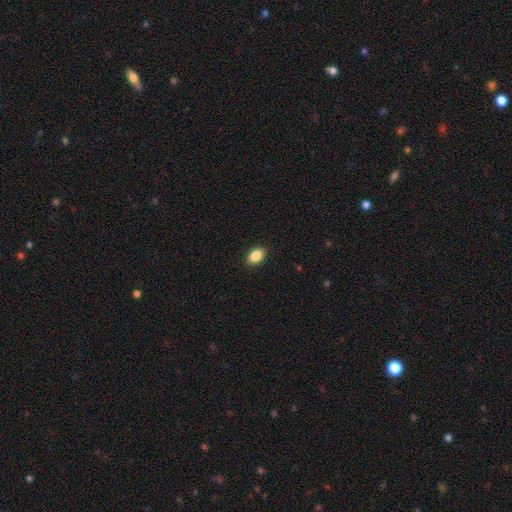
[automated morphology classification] type=smooth (88%); roundness=in between (89%); merging=none (90%).